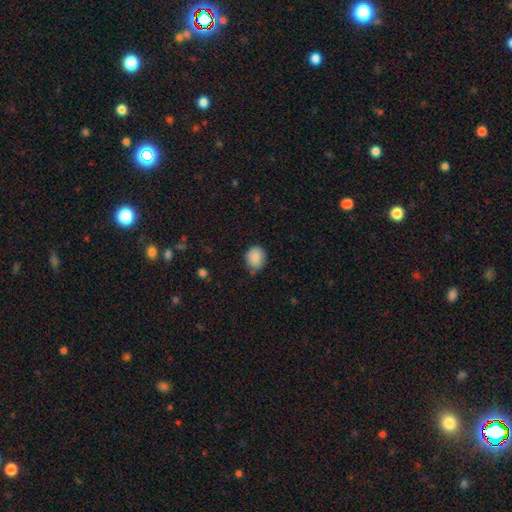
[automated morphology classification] Smooth or featured: smooth — 87% (star or artifact — 8%)
How rounded: round — 63% (in between — 36%)
Merging: none — 69% (minor disturbance — 24%)